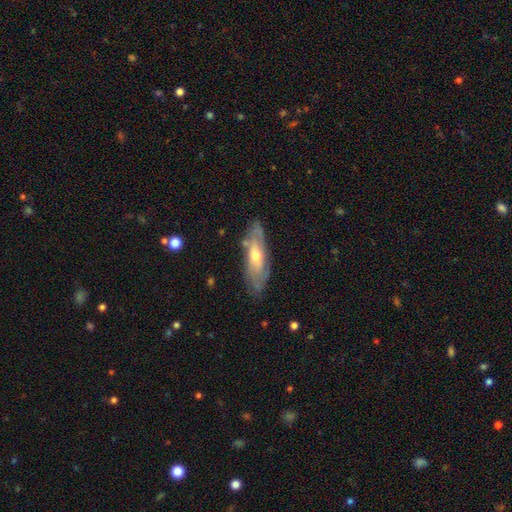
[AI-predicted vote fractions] This is possibly a featured or disk galaxy (57%). It is likely not viewed edge-on (68%). Merging: likely none (69%).